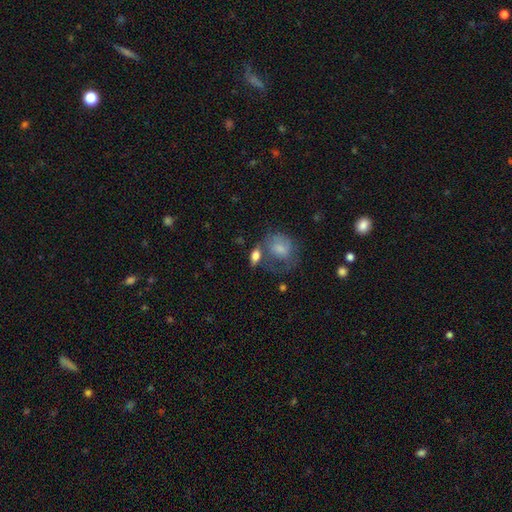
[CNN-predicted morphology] This appears to be a smooth galaxy with no disk features (70%) that is in between round and cigar-shaped (73%). Merging: none (47%).